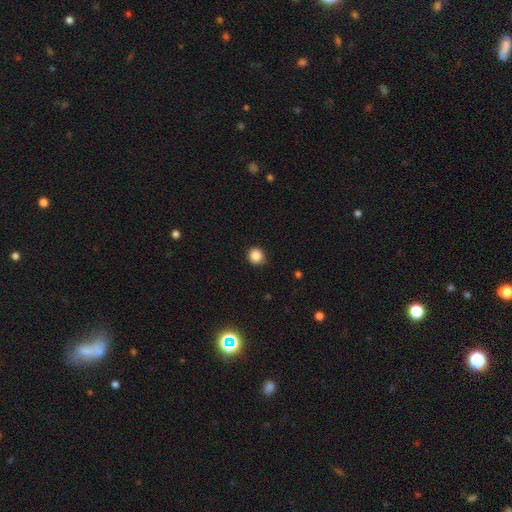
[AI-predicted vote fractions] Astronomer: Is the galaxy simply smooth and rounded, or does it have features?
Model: smooth — 86%.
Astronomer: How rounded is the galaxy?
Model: round — 92%.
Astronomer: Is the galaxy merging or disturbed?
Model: none — 88%.